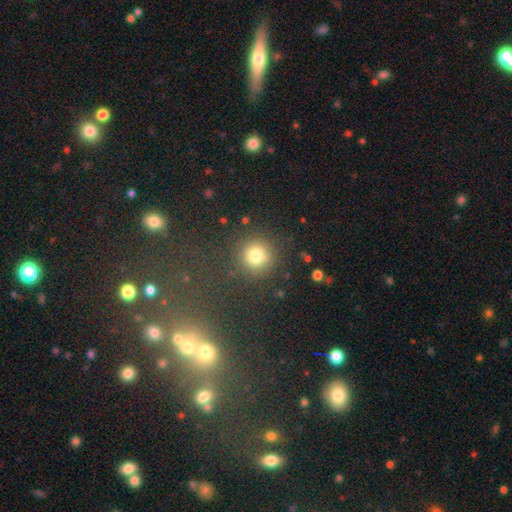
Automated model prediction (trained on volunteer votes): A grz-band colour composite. It shows a smooth galaxy with no disk features (77%) that is round (92%). Merging: none (82%).